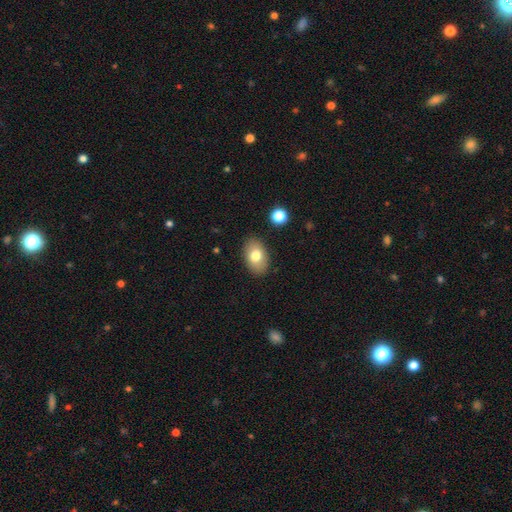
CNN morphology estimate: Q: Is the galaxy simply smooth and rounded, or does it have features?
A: smooth — 77%.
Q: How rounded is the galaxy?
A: in between — 88%.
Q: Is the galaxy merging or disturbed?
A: none — 86%.